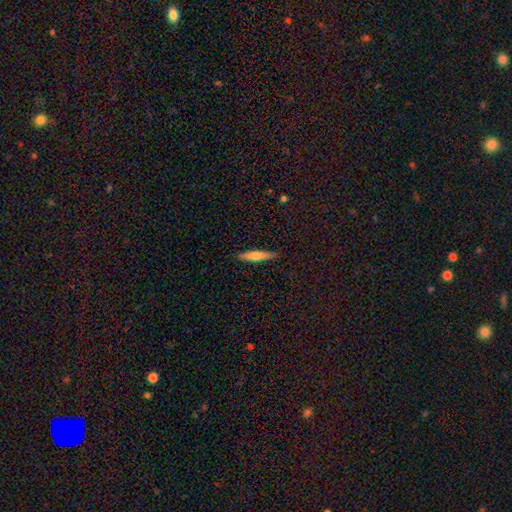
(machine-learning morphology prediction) This is likely a smooth galaxy (68%). How rounded: clearly cigar-shaped (88%). Merging: clearly none (89%).